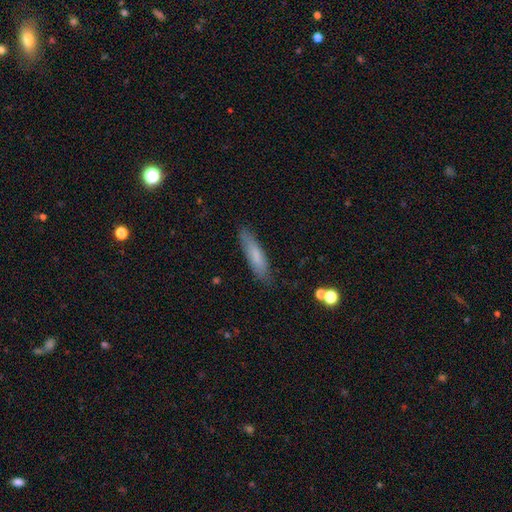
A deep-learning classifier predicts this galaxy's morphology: smooth-or-featured: smooth: 72% | featured or disk: 21% | star or artifact: 7%
  how-rounded: cigar-shaped: 74% | in between: 25% | round: 1%
  merging: none: 82% | minor disturbance: 14% | major disturbance: 3% | merger: 2%